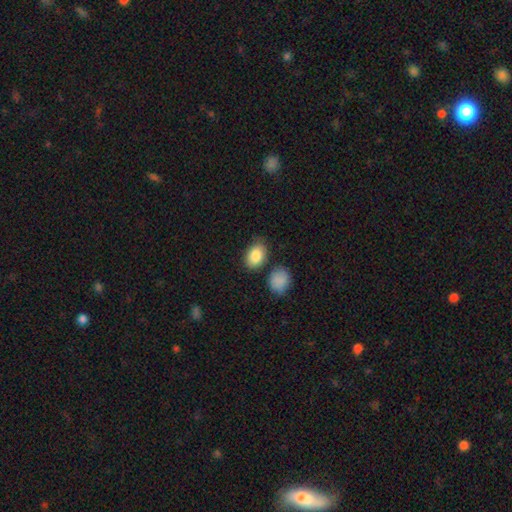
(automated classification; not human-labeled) Q: Smooth or featured?
A: smooth (86%); runner-up: star or artifact (7%)
Q: How rounded?
A: in between (81%); runner-up: round (18%)
Q: Merging?
A: none (73%); runner-up: minor disturbance (16%)